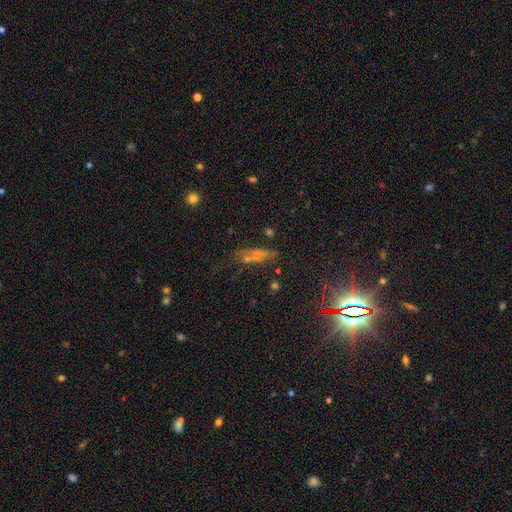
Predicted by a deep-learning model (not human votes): Smooth or featured: smooth — 47% (star or artifact — 28%)
Merging: none — 51% (minor disturbance — 22%)